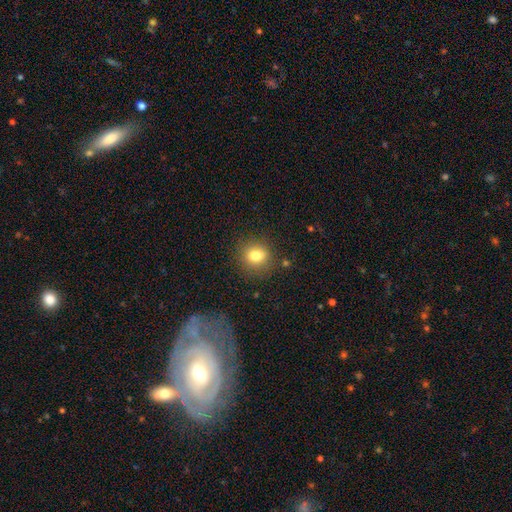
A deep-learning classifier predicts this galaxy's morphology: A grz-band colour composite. It shows a smooth galaxy with no disk features (80%) that is round (77%). Merging: none (85%).